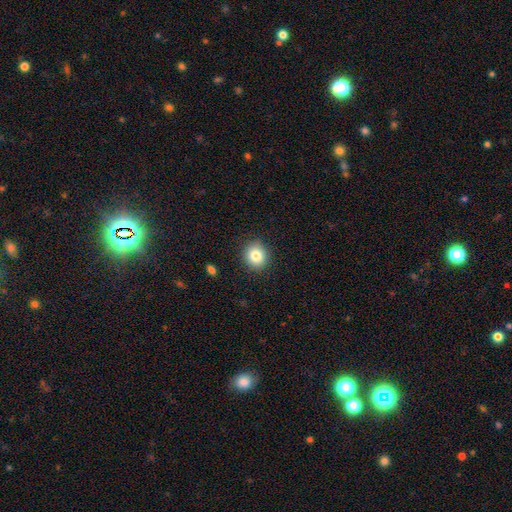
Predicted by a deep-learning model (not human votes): Overall: smooth (83%). How rounded: round (82%). Merging: none (89%).